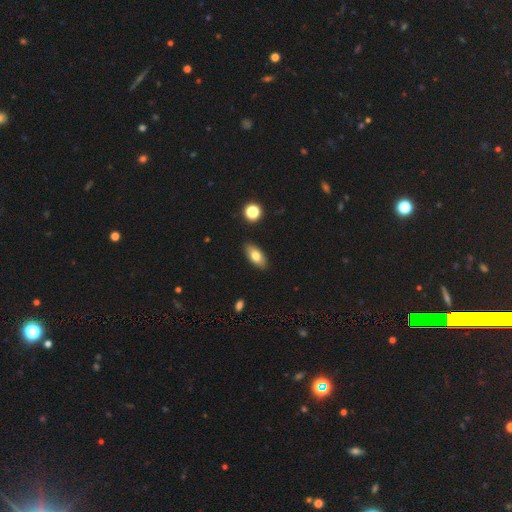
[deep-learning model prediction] Overall: smooth (76%). How rounded: in between (88%). Merging: none (88%).